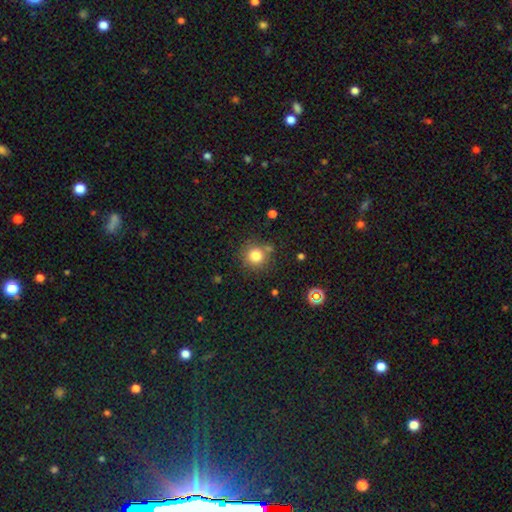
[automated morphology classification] type=smooth (80%); roundness=round (93%); merging=none (78%).